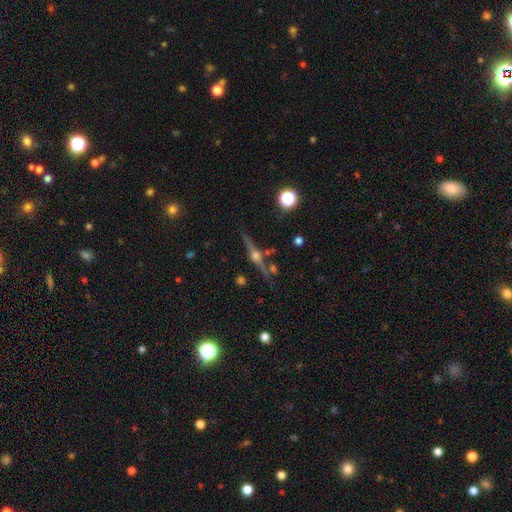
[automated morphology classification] Overall: featured or disk (82%). Edge-on disk: yes (97%). Edge-on bulge: rounded (94%). Merging: none (82%).